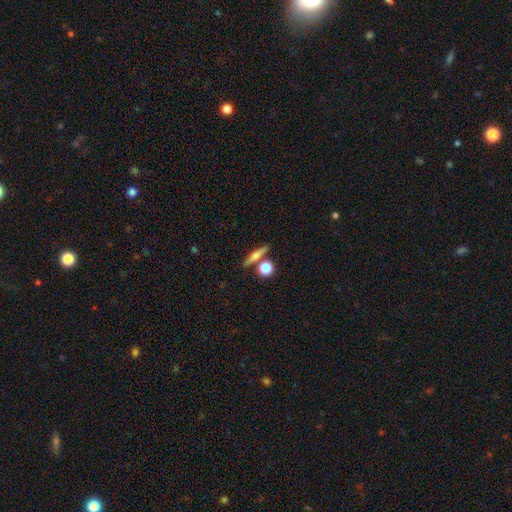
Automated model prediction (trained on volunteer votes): Smooth or featured? Predicted: featured or disk (p=0.47). Merging? Predicted: none (p=0.75).